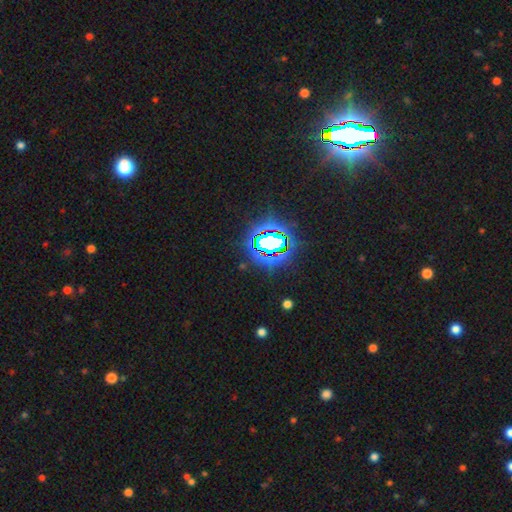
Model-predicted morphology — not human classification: smooth_or_featured: star or artifact (p=0.79) [alt: smooth p=0.12]